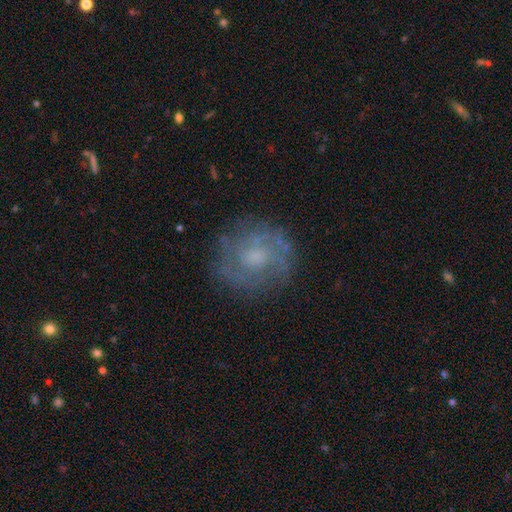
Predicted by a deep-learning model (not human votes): This appears to be a featured or disk galaxy (66%) with no bar (68%), tight (49%) spiral arms (78%) and a moderate central bulge (46%). Merging: none (78%).